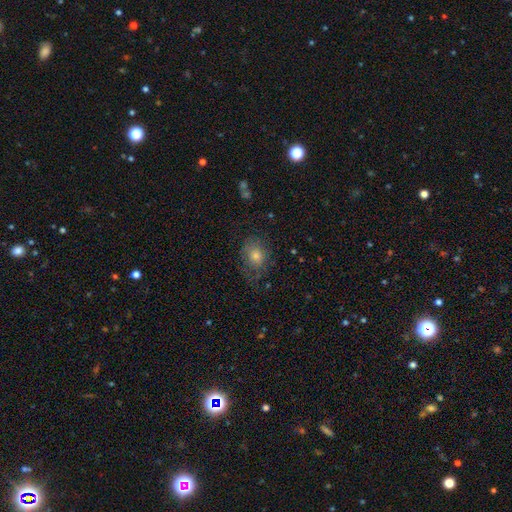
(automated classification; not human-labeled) Smooth or featured: smooth — 62% (featured or disk — 23%)
How rounded: round — 53% (in between — 46%)
Merging: none — 63% (minor disturbance — 23%)